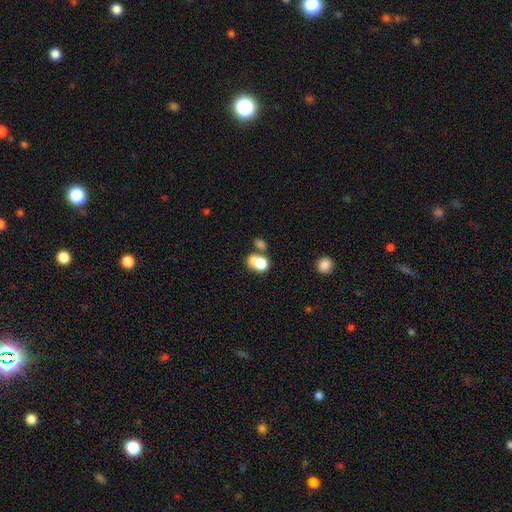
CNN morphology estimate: A smooth galaxy with no disk features (53%) that is round (59%).

Vote fractions:
- Smooth or featured? smooth: 53% / star or artifact: 33% / featured or disk: 14%
- How rounded? round: 59% / in between: 37% / cigar-shaped: 4%
- Merging? none: 61% / merger: 23% / minor disturbance: 10% / major disturbance: 6%